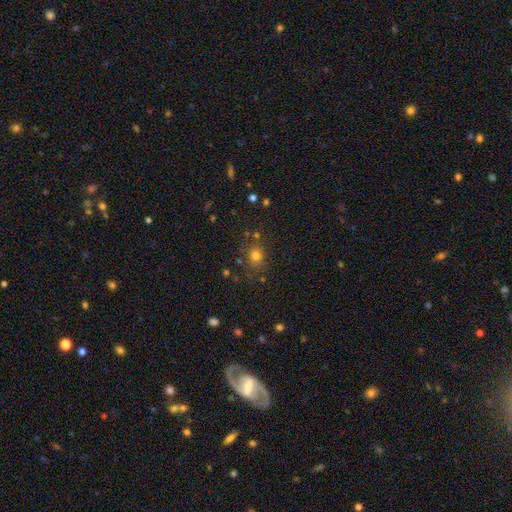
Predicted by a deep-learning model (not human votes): smooth_or_featured: smooth (p=0.75) [alt: star or artifact p=0.17]
how_rounded: round (p=0.67) [alt: in between p=0.31]
merging: none (p=0.73) [alt: minor disturbance p=0.14]